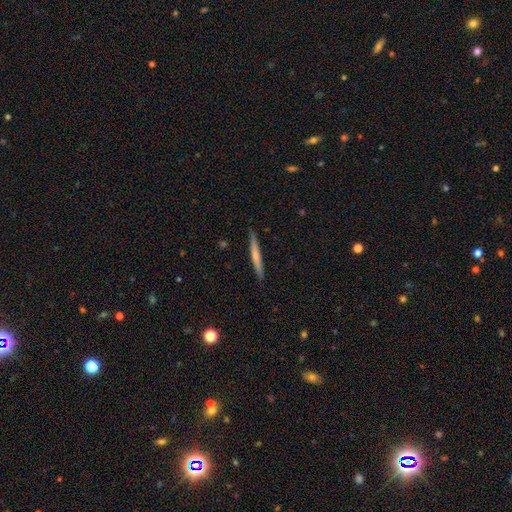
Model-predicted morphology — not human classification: Smooth or featured? Predicted: smooth (p=0.59). How rounded? Predicted: cigar-shaped (p=0.96). Merging? Predicted: none (p=0.89).